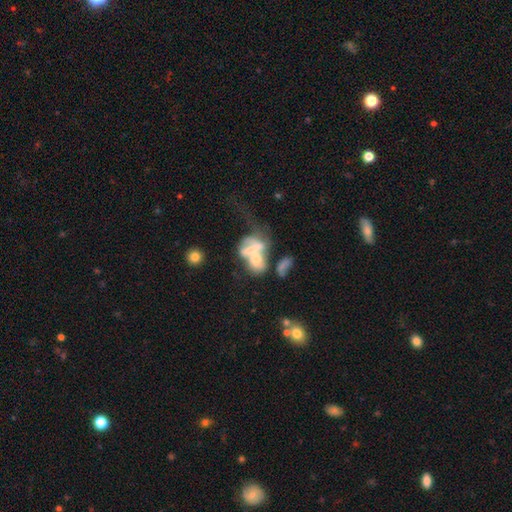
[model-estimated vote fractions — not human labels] Q: Smooth or featured?
A: featured or disk (51%); runner-up: smooth (36%)
Q: Edge-on disk?
A: no (95%); runner-up: yes (5%)
Q: Merging?
A: merger (63%); runner-up: major disturbance (19%)